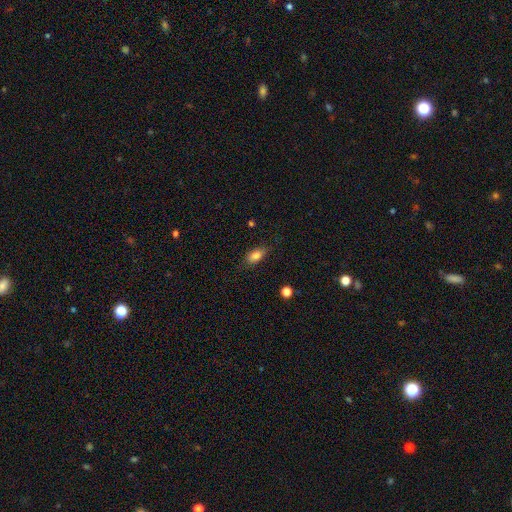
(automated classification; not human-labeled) Morphology: type=smooth (81%); roundness=in between (85%); merging=none (79%).